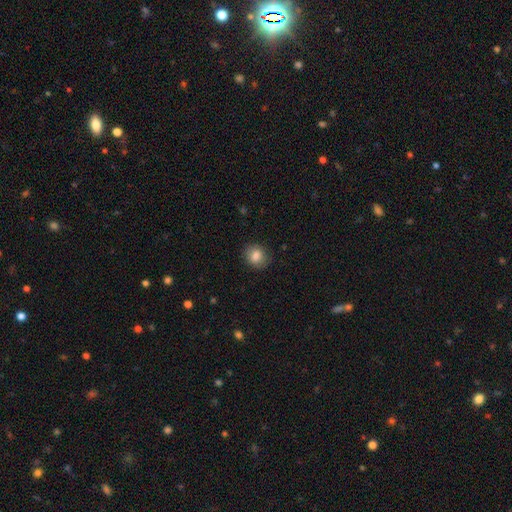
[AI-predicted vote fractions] This appears to be a smooth galaxy with no disk features (85%) that is round (75%). Merging: none (85%).